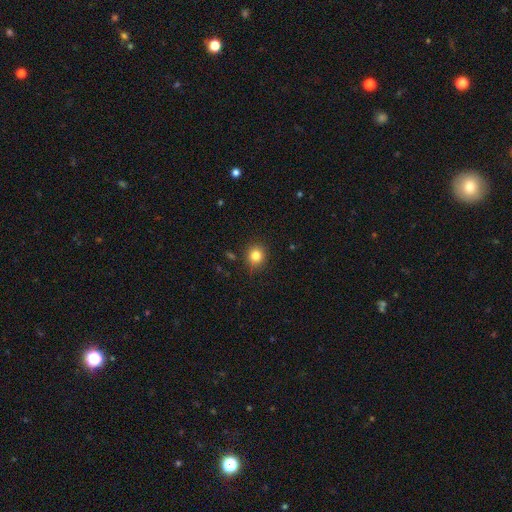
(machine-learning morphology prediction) Smooth or featured? Predicted: smooth (p=0.82). How rounded? Predicted: round (p=0.87). Merging? Predicted: none (p=0.86).